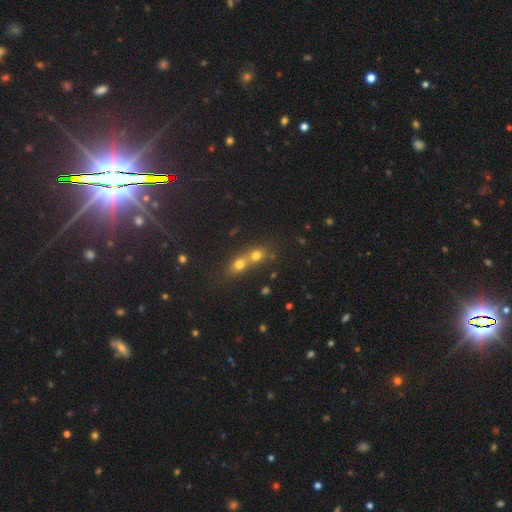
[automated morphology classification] The model was most divided on "smooth or featured": star or artifact: 44%, smooth: 41%, featured or disk: 15%.